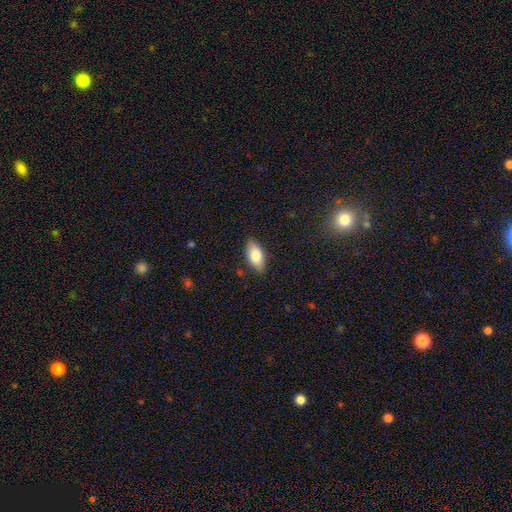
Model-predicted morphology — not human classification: A smooth galaxy with no disk features (80%) that is in between round and cigar-shaped (89%). Merging: none (83%).